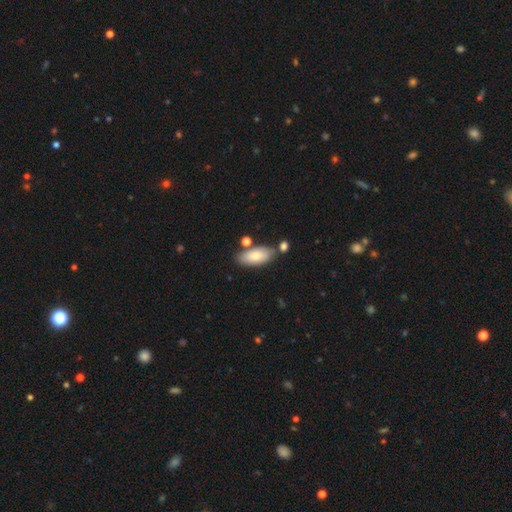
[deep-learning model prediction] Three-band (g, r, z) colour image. It shows a smooth galaxy with no disk features (79%) that is in between round and cigar-shaped (86%). Merging: none (71%).